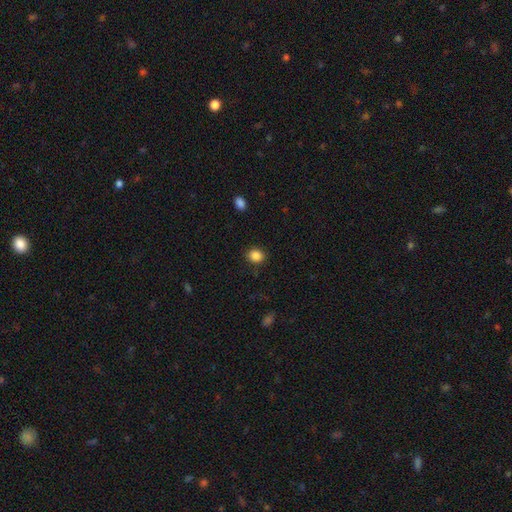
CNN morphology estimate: Q: Smooth or featured?
A: smooth (86%); runner-up: star or artifact (10%)
Q: How rounded?
A: round (71%); runner-up: in between (28%)
Q: Merging?
A: none (88%); runner-up: minor disturbance (8%)